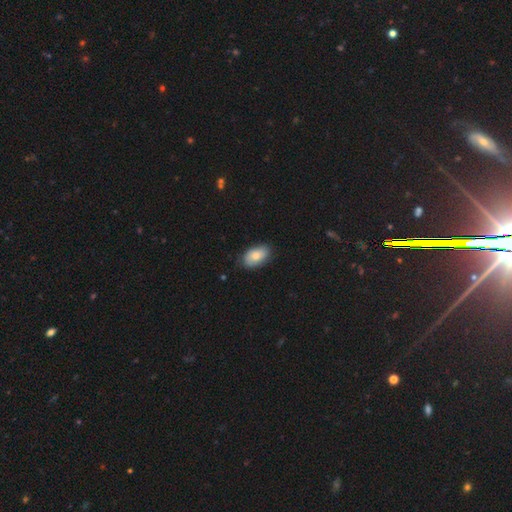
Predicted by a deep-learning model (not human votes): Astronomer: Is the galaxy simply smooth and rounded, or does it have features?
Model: smooth — 78%.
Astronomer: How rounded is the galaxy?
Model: in between — 93%.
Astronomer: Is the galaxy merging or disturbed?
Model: none — 80%.